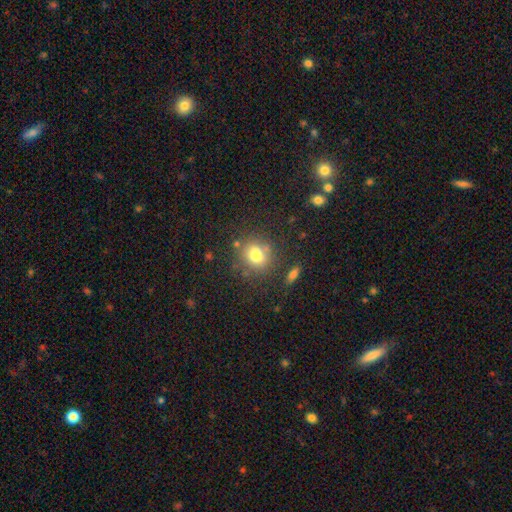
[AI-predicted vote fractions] smooth_or_featured: smooth (p=0.76) [alt: star or artifact p=0.13]
how_rounded: round (p=0.74) [alt: in between p=0.25]
merging: none (p=0.74) [alt: minor disturbance p=0.14]